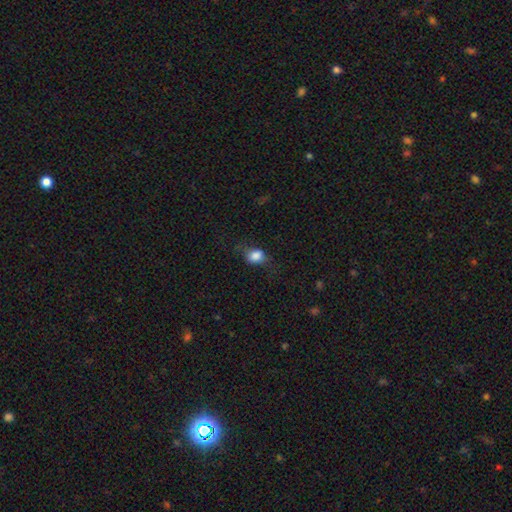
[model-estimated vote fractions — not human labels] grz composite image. It shows a smooth galaxy with no disk features (80%) that is in between round and cigar-shaped (55%). Merging: none (62%).